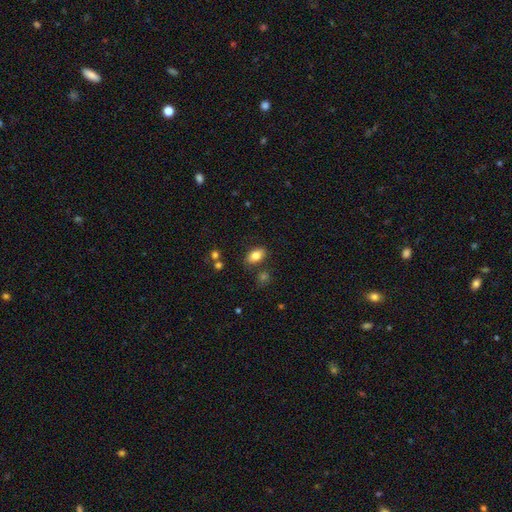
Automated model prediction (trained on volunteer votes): smooth-or-featured: smooth: 81% | featured or disk: 10% | star or artifact: 9%
  how-rounded: in between: 89% | round: 9% | cigar-shaped: 2%
  merging: none: 81% | minor disturbance: 12% | merger: 5% | major disturbance: 3%